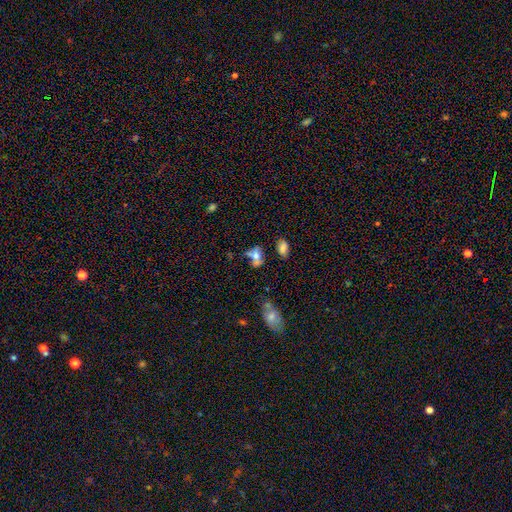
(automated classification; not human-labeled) Smooth or featured: smooth — 62% (featured or disk — 25%)
How rounded: in between — 72% (round — 24%)
Merging: merger — 42% (none — 32%)